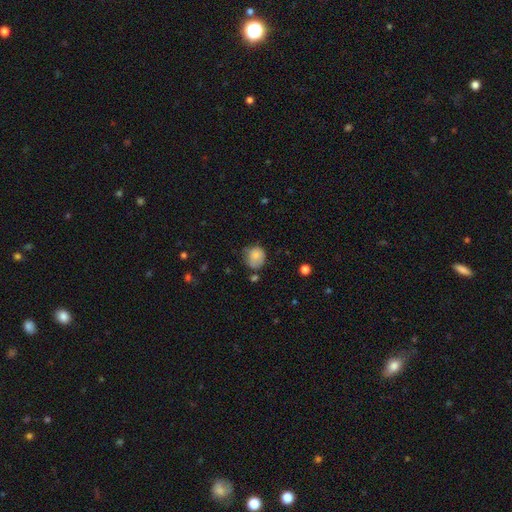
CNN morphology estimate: A smooth galaxy with no disk features (79%) that is round (72%).

Vote fractions:
- Smooth or featured? smooth: 79% / featured or disk: 12% / star or artifact: 9%
- How rounded? round: 72% / in between: 27% / cigar-shaped: 1%
- Merging? none: 51% / minor disturbance: 34% / major disturbance: 9% / merger: 5%